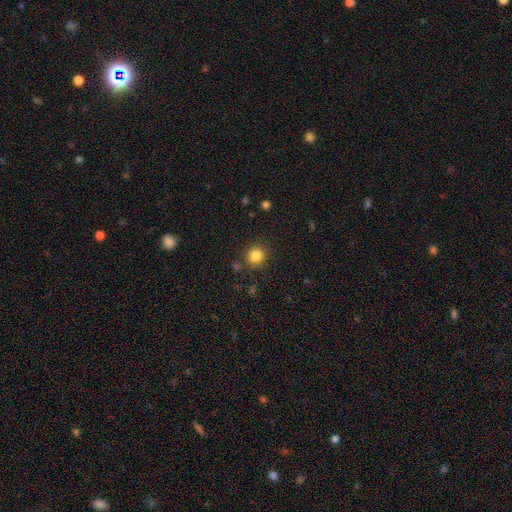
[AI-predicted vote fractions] Overall: smooth (84%). How rounded: round (90%). Merging: none (87%).